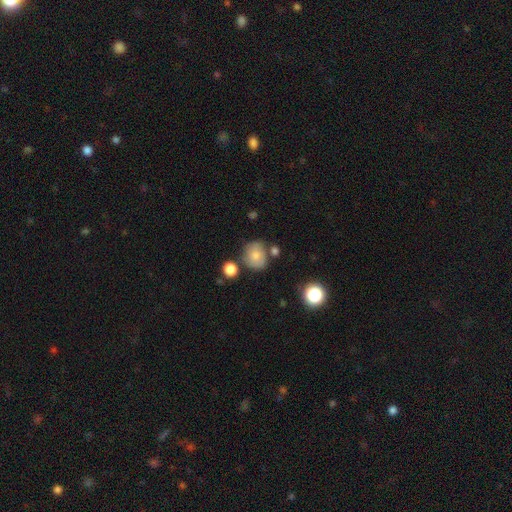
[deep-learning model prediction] Morphology: type=smooth (76%); roundness=round (70%); merging=none (64%).